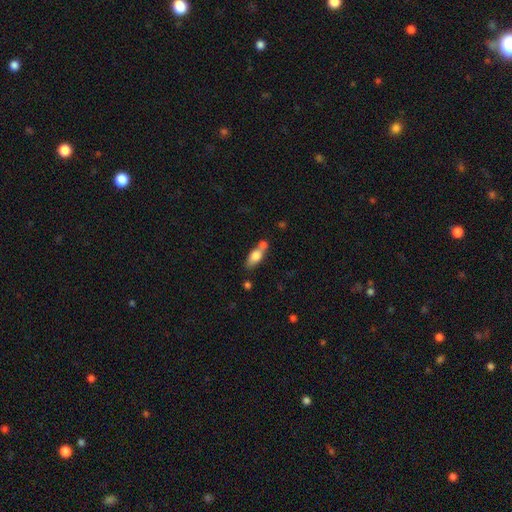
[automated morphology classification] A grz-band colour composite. It shows a smooth galaxy with no disk features (71%) that is in between round and cigar-shaped (74%). Merging: none (45%).